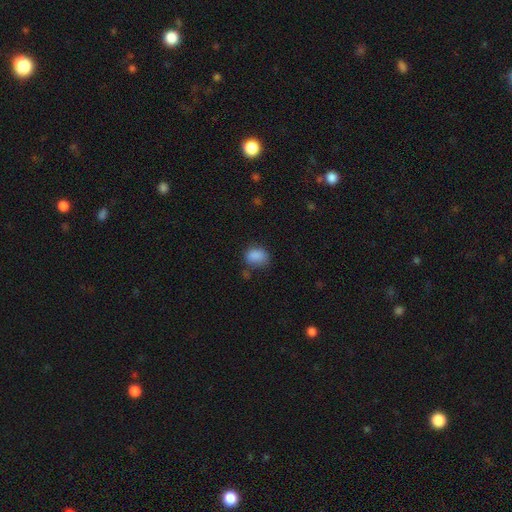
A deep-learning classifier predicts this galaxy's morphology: Smooth or featured? smooth (85%)
How rounded? in between (67%)
Merging? none (59%)